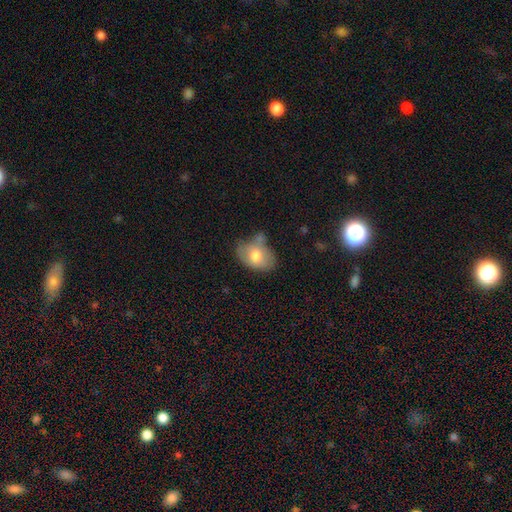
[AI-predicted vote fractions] smooth_or_featured: smooth (p=0.72) [alt: featured or disk p=0.21]
how_rounded: in between (p=0.81) [alt: round p=0.18]
merging: none (p=0.45) [alt: minor disturbance p=0.30]